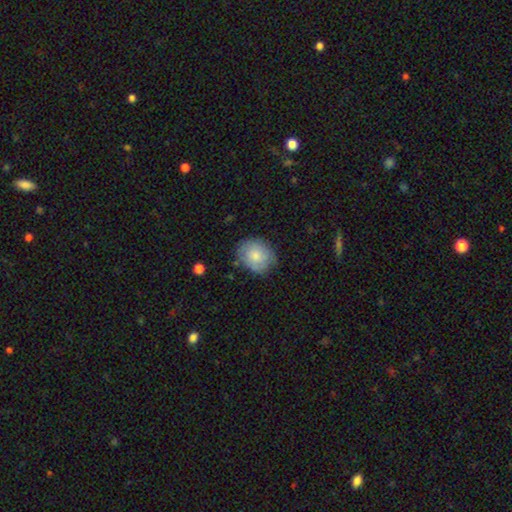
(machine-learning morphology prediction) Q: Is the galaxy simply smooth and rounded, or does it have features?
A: smooth — 76%.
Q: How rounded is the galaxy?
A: round — 62%.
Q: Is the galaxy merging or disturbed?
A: none — 72%.